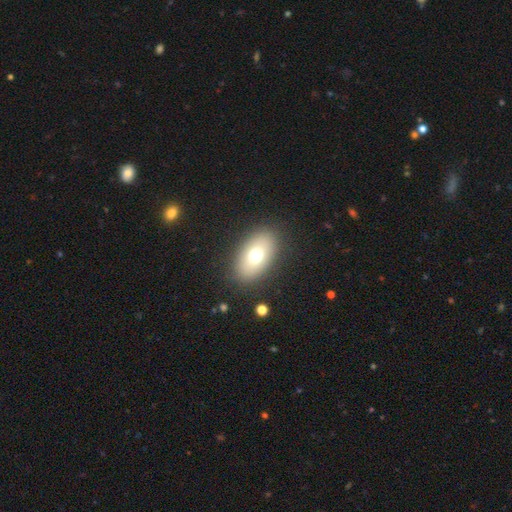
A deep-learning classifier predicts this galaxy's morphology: smooth 71%, featured or disk 20%, star or artifact 10%. Down the decision tree: how rounded — in between (89%); merging — none (86%).